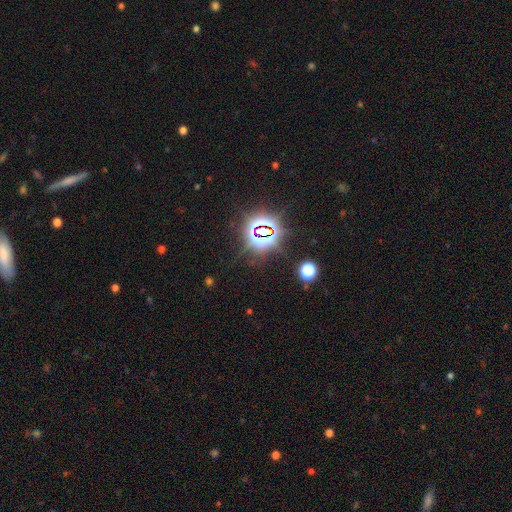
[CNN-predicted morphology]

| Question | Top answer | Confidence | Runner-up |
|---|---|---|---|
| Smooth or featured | star or artifact | 82% | smooth (11%) |